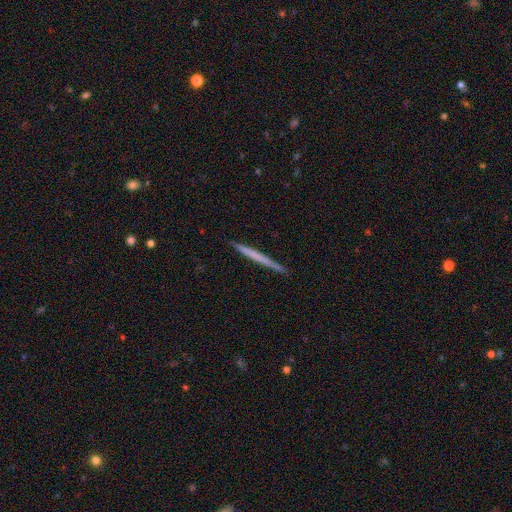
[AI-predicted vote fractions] A smooth galaxy with no disk features (51%) that is cigar-shaped (97%). Merging: none (91%).